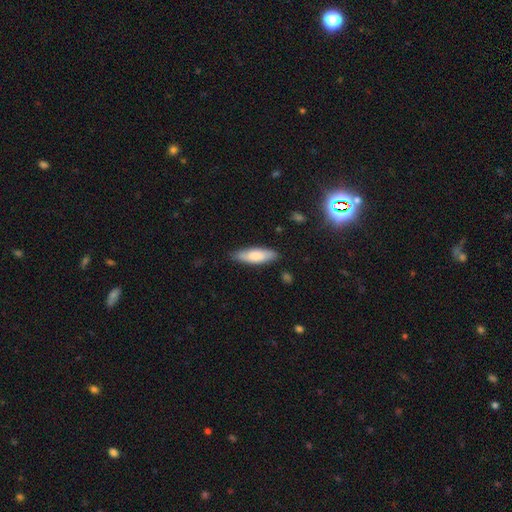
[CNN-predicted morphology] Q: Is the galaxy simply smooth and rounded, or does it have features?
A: smooth — 76%.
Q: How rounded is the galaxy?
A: cigar-shaped — 50%.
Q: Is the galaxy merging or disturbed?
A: none — 84%.